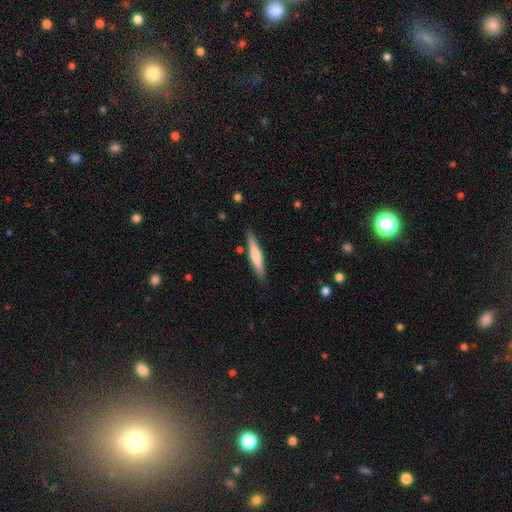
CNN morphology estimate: smooth_or_featured: smooth (p=0.61) [alt: featured or disk p=0.34]
how_rounded: cigar-shaped (p=0.90) [alt: in between p=0.09]
merging: none (p=0.86) [alt: minor disturbance p=0.10]